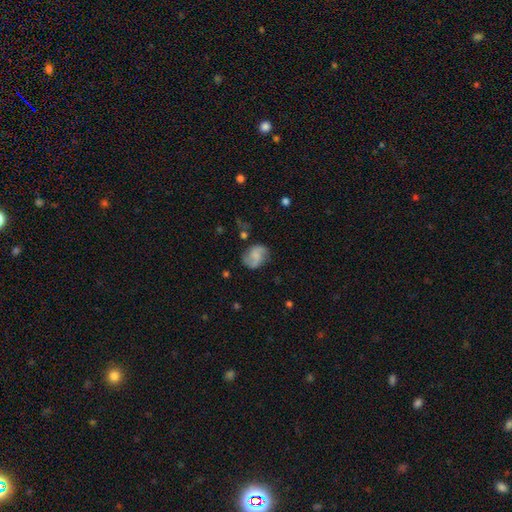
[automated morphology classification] This is likely a featured or disk galaxy (61%). It is clearly not viewed edge-on (98%). Bar: possibly no (54%). Spiral arm pattern: clearly yes (92%). Spiral arm count: clearly 2 (87%). Spiral winding: marginally loose (44%). Central bulge: possibly none (51%). Merging: likely none (72%).